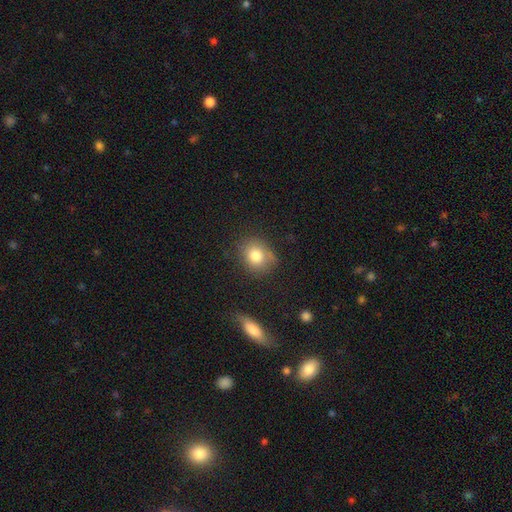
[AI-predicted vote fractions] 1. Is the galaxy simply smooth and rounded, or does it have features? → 79% smooth, 11% featured or disk, 10% star or artifact.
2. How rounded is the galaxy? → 66% round, 32% in between, 1% cigar-shaped.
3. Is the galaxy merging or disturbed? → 70% none, 20% minor disturbance, 6% major disturbance, 4% merger.